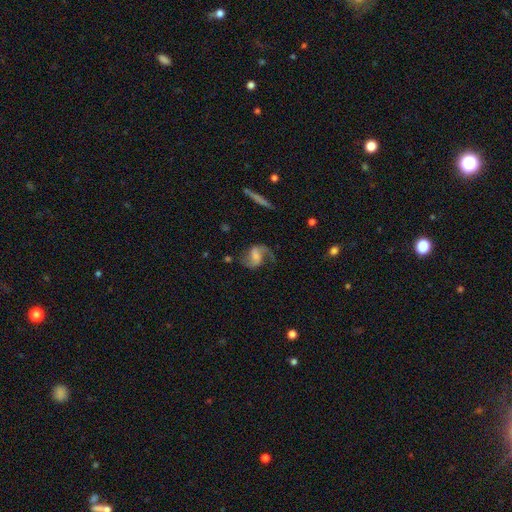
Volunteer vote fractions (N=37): Morphology: type=featured or disk (92%); edge-on=no (91%); bar=no (55%); spiral arms=yes (100%); winding=loose (55%); arm count=2 (87%); bulge=moderate (29%, tied with small and none); merging=none (68%).